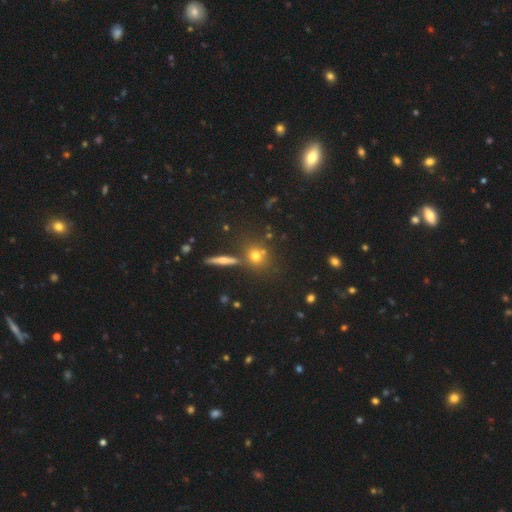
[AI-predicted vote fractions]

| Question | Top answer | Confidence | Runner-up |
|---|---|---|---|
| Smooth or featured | smooth | 63% | star or artifact (21%) |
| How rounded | round | 79% | in between (16%) |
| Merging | none | 71% | merger (15%) |